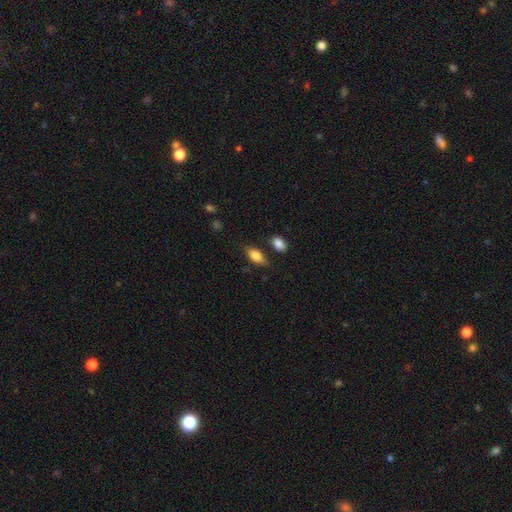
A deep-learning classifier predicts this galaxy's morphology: type=smooth (79%); roundness=in between (87%); merging=none (75%).